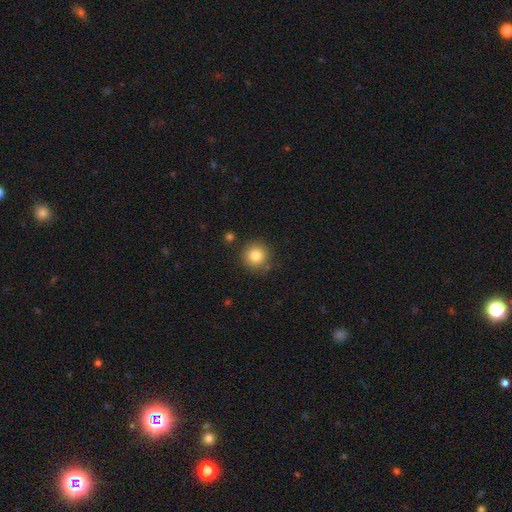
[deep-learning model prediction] This is clearly a smooth galaxy (82%). How rounded: clearly round (94%). Merging: clearly none (86%).